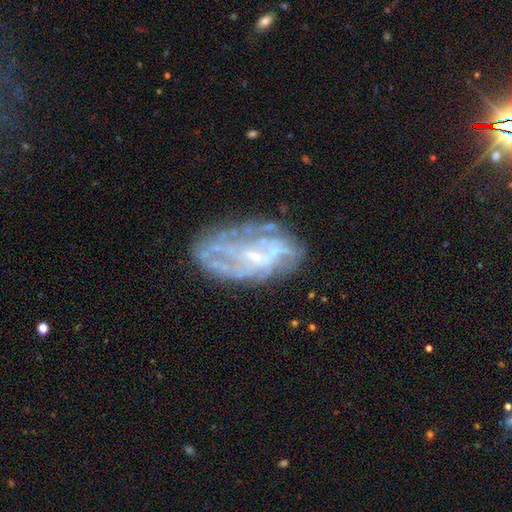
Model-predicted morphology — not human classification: smooth-or-featured: featured or disk: 75% | smooth: 16% | star or artifact: 10%
  disk-edge-on: no: 95% | yes: 5%
    bar: no: 55% | weak: 33% | strong: 11%
    has-spiral-arms: yes: 54% | no: 46%
    bulge-size: small: 70% | moderate: 15% | none: 13% | large: 1% | dominant: 1%
  merging: none: 57% | minor disturbance: 23% | major disturbance: 16% | merger: 4%